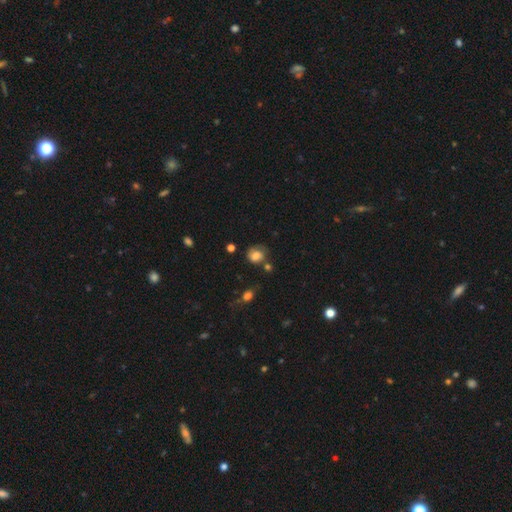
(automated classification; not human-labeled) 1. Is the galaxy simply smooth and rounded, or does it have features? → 77% smooth, 12% featured or disk, 11% star or artifact.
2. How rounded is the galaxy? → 70% round, 29% in between, 1% cigar-shaped.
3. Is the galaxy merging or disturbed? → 59% none, 24% minor disturbance, 9% merger, 8% major disturbance.